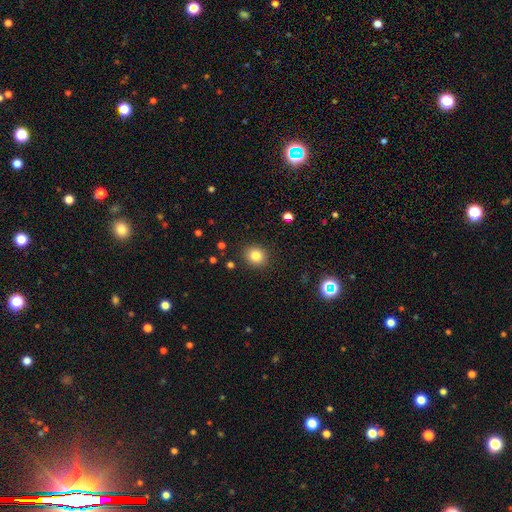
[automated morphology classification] type=smooth (82%); roundness=round (79%); merging=none (89%).